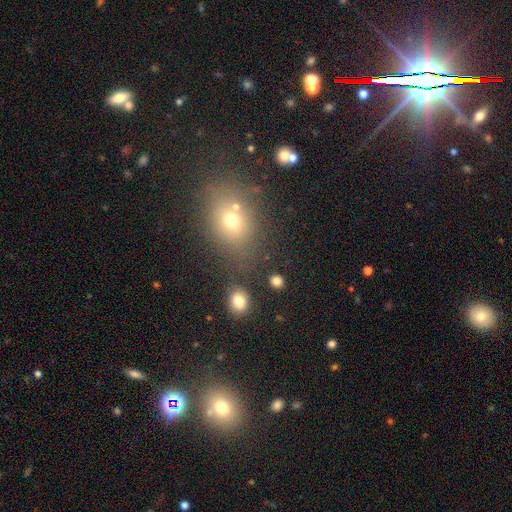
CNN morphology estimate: smooth-or-featured: smooth: 48% | star or artifact: 38% | featured or disk: 14%
  merging: none: 80% | minor disturbance: 10% | merger: 5% | major disturbance: 5%